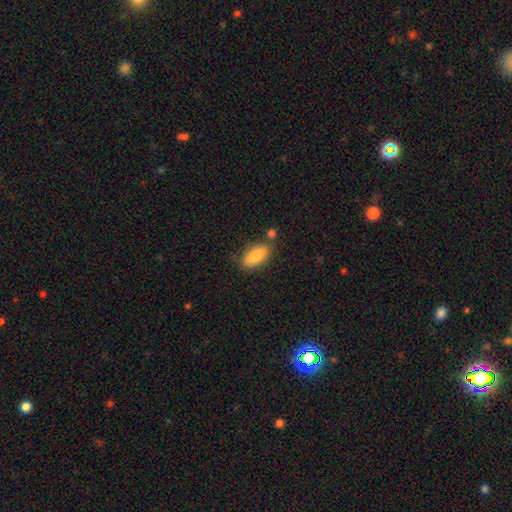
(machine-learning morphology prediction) smooth_or_featured: smooth (p=0.83) [alt: featured or disk p=0.11]
how_rounded: in between (p=0.84) [alt: cigar-shaped p=0.14]
merging: none (p=0.77) [alt: minor disturbance p=0.13]